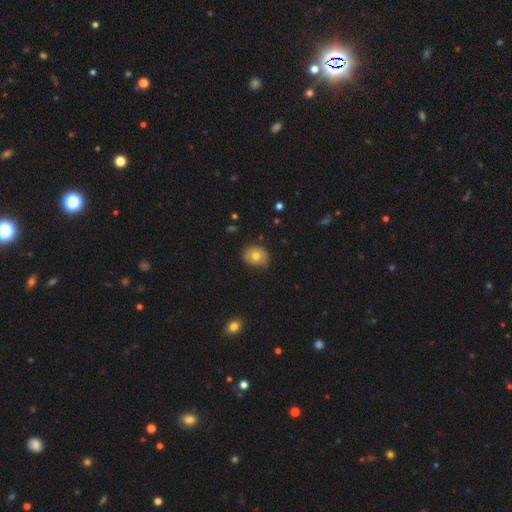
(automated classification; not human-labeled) The model was most divided on "how rounded": round: 52%, in between: 47%, cigar-shaped: 1%. More confident: merging — none (74%); smooth or featured — smooth (72%).